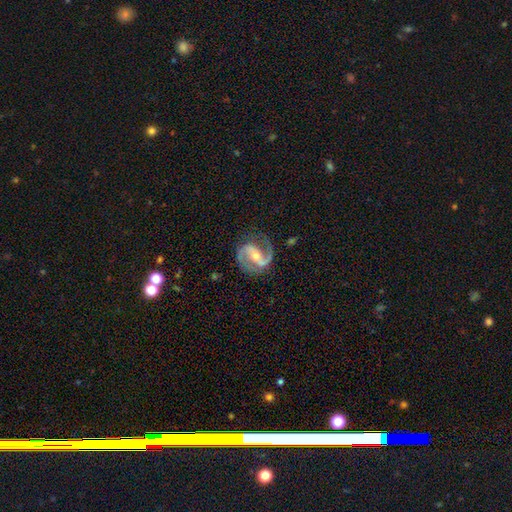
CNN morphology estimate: This is clearly a featured or disk galaxy (91%). It is clearly not viewed edge-on (98%). Bar: marginally strong (40%). Spiral arm pattern: clearly yes (98%). Spiral arm count: clearly 2 (90%). Spiral winding: possibly medium (58%). Central bulge: possibly moderate (52%). Merging: likely none (76%).